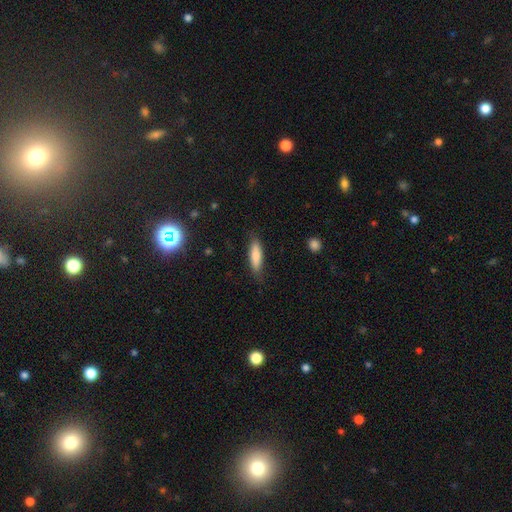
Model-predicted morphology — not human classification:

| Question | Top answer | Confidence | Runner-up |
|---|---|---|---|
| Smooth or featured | smooth | 80% | featured or disk (14%) |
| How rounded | cigar-shaped | 61% | in between (37%) |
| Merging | none | 82% | minor disturbance (14%) |